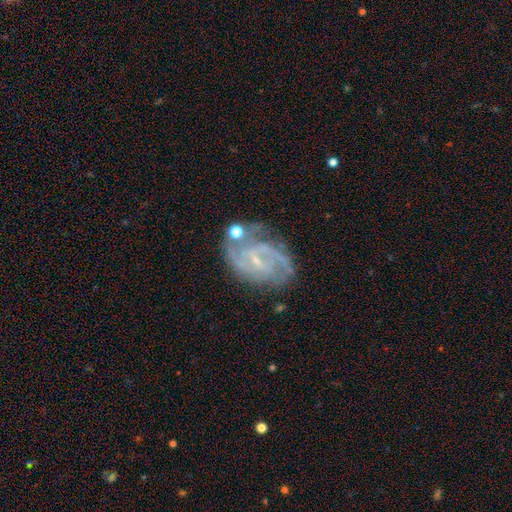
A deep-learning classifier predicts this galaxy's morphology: A featured or disk galaxy (79%) with a weak bar (46%), 2 (37%) tight (52%) spiral arms (94%) and a small central bulge (76%).

Vote fractions:
- Smooth or featured? featured or disk: 79% / star or artifact: 12% / smooth: 9%
- Edge-on disk? no: 97% / yes: 3%
- Bar? weak: 46% / no: 38% / strong: 17%
- Spiral arms? yes: 94% / no: 6%
- Spiral winding? tight: 52% / medium: 38% / loose: 10%
- Spiral arm count? 2: 37% / can't tell: 22% / 3: 21% / 4: 8% / 1: 6% / more than 4: 6%
- Bulge size? small: 76% / moderate: 13% / none: 9% / large: 1% / dominant: 1%
- Merging? none: 66% / minor disturbance: 17% / major disturbance: 9% / merger: 8%